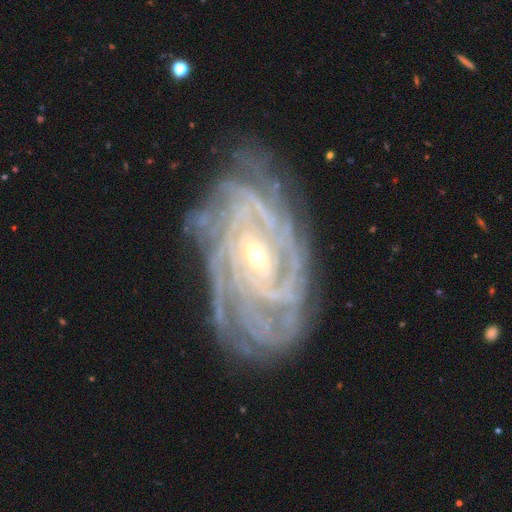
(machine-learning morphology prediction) featured or disk 91%, star or artifact 5%, smooth 4%. Down the decision tree: edge-on disk — no (96%); bar — weak (39%, tied with no); spiral arms — yes (98%); spiral arm count — 4 (28%); spiral winding — tight (77%); bulge size — small (72%); merging — none (75%).